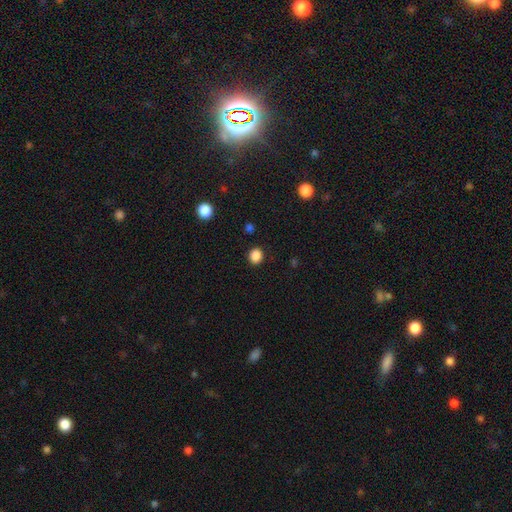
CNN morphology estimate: A smooth galaxy with no disk features (86%) that is round (74%). Merging: none (89%).